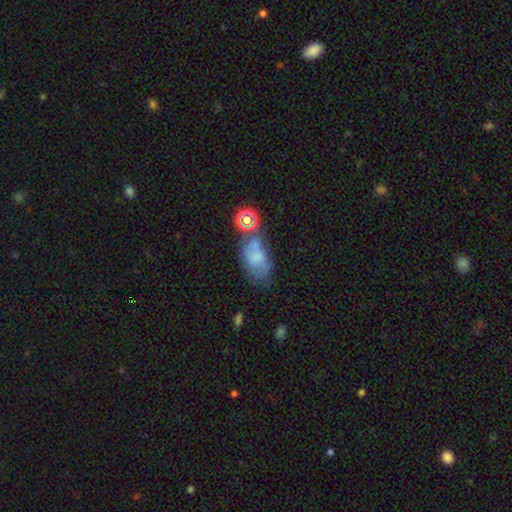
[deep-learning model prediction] smooth-or-featured: smooth: 52% | featured or disk: 33% | star or artifact: 16%
  how-rounded: in between: 86% | round: 10% | cigar-shaped: 3%
  merging: none: 36% | minor disturbance: 24% | merger: 21% | major disturbance: 19%